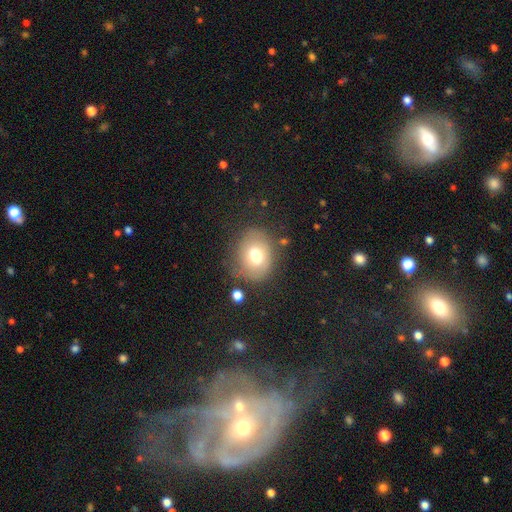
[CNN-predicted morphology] Smooth or featured? Predicted: smooth (p=0.71). How rounded? Predicted: round (p=0.56). Merging? Predicted: none (p=0.71).